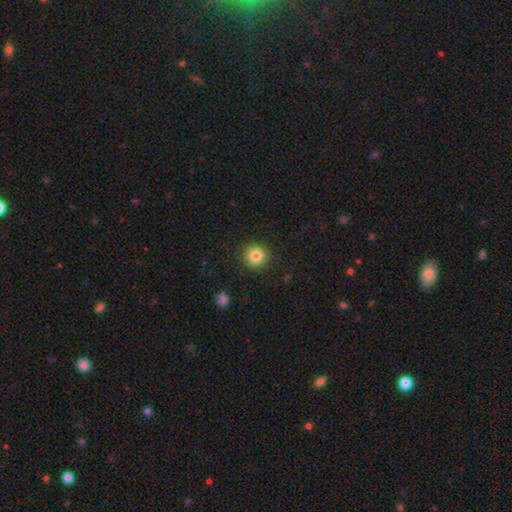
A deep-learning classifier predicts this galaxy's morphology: The model was most divided on "smooth or featured": smooth: 83%, star or artifact: 11%, featured or disk: 6%. More confident: how rounded — round (93%); merging — none (90%).